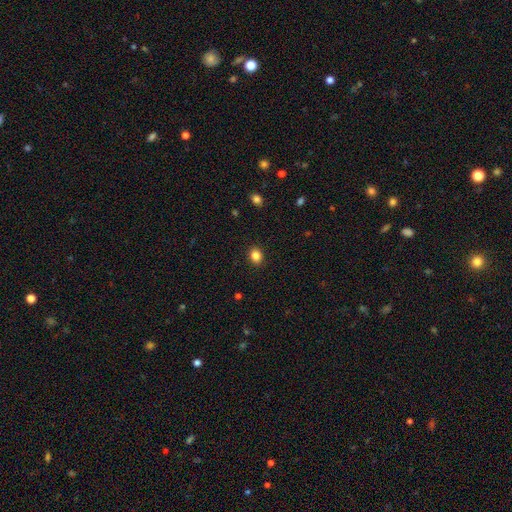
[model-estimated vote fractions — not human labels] Overall: smooth (85%). How rounded: round (56%; in between 43%). Merging: none (91%).